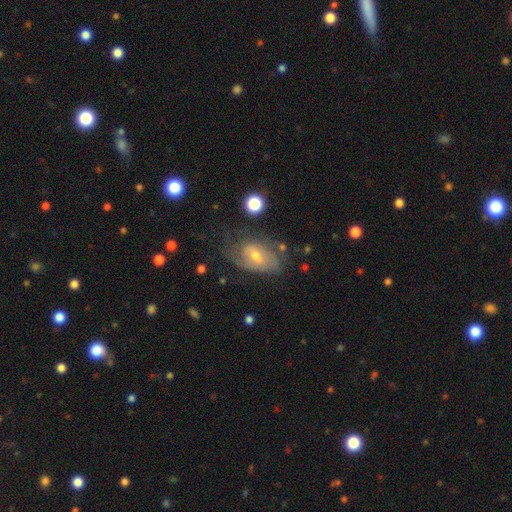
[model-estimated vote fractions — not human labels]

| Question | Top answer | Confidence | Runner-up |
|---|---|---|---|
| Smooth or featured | featured or disk | 69% | smooth (22%) |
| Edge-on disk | no | 95% | yes (5%) |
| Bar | weak | 49% | no (41%) |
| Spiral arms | yes | 83% | no (17%) |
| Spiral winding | tight | 45% | medium (38%) |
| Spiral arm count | can't tell | 41% | 2 (38%) |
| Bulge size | moderate | 48% | small (46%) |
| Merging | none | 50% | minor disturbance (26%) |